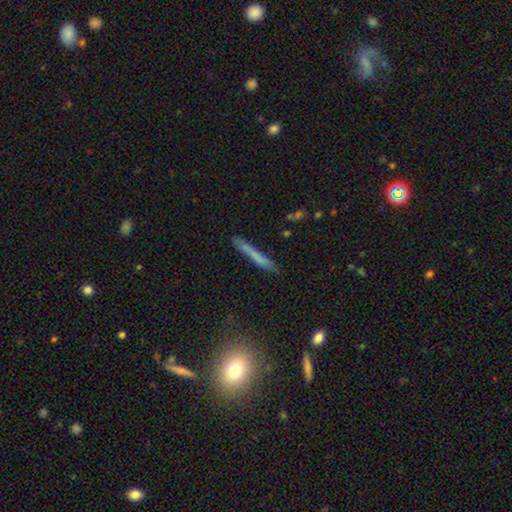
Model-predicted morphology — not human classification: A smooth galaxy with no disk features (64%) that is cigar-shaped (95%). Merging: none (79%).